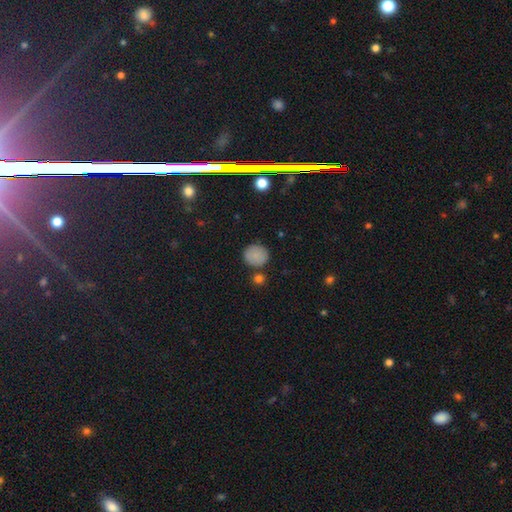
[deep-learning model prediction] Smooth or featured: smooth — 85% (star or artifact — 10%)
How rounded: round — 85% (in between — 14%)
Merging: none — 80% (minor disturbance — 11%)